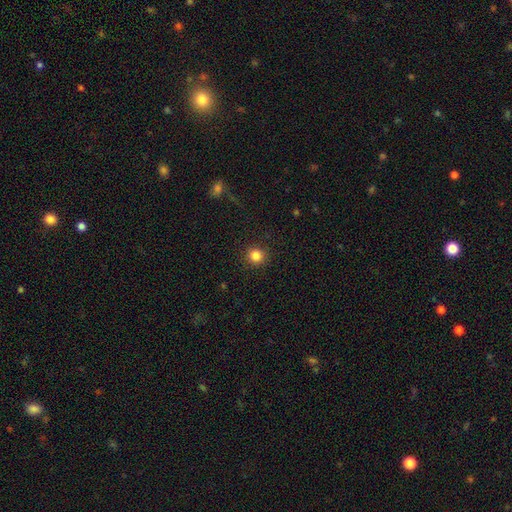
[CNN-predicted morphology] Smooth or featured: smooth — 84% (star or artifact — 11%)
How rounded: round — 92% (in between — 7%)
Merging: none — 91% (minor disturbance — 6%)